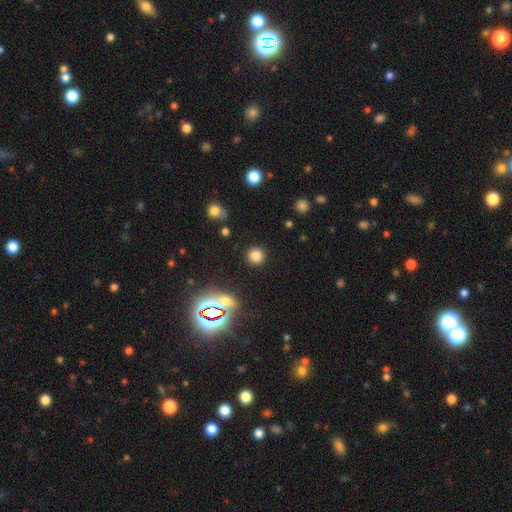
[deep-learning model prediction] smooth-or-featured: smooth: 77% | star or artifact: 18% | featured or disk: 6%
  how-rounded: round: 92% | in between: 7% | cigar-shaped: 1%
  merging: none: 88% | minor disturbance: 7% | major disturbance: 3% | merger: 2%